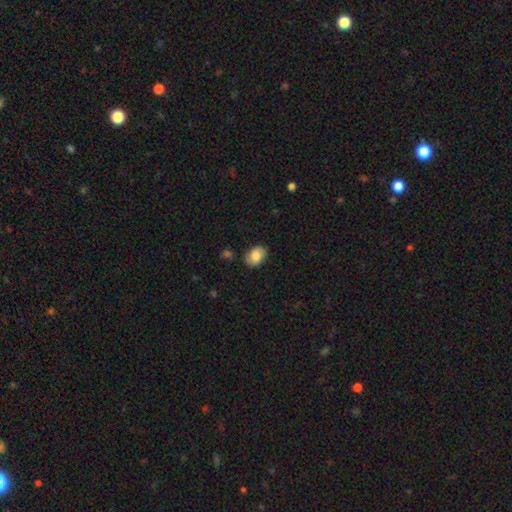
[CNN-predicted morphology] Overall: smooth (81%). How rounded: in between (73%). Merging: none (75%).